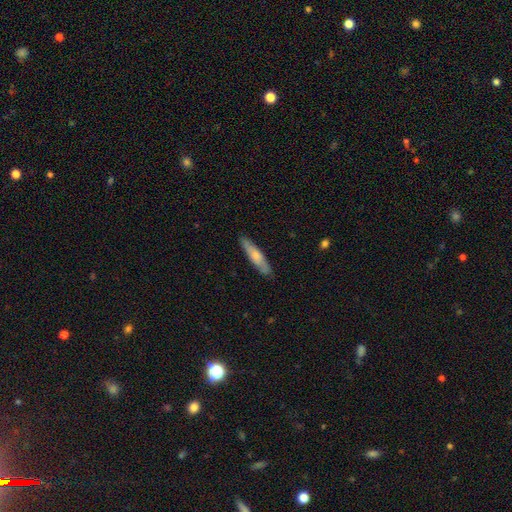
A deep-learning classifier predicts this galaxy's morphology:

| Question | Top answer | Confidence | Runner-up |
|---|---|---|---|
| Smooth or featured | smooth | 65% | featured or disk (29%) |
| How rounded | cigar-shaped | 79% | in between (19%) |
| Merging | none | 87% | minor disturbance (10%) |